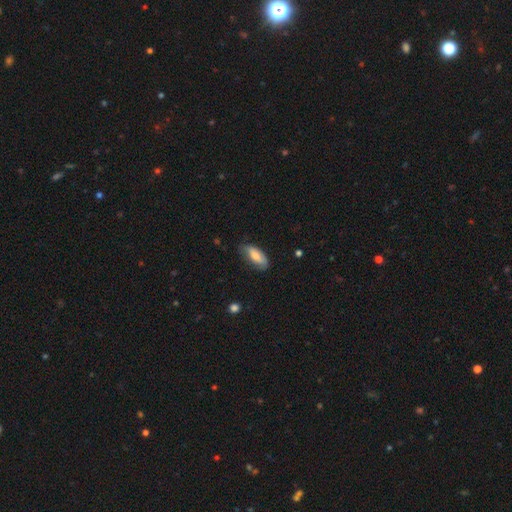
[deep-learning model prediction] This appears to be a smooth galaxy with no disk features (71%) that is in between round and cigar-shaped (82%). Merging: none (63%).